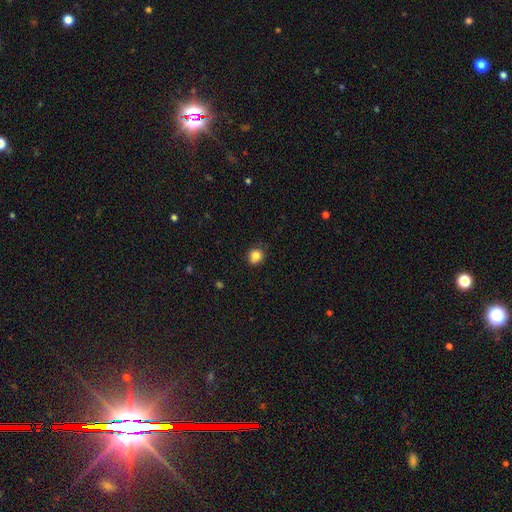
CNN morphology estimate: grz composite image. It shows a smooth galaxy with no disk features (84%) that is round (83%). Merging: none (81%).